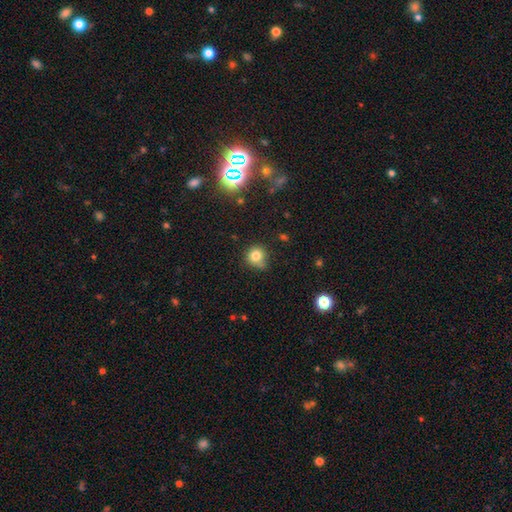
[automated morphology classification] A smooth galaxy with no disk features (79%) that is round (88%).

Vote fractions:
- Smooth or featured? smooth: 79% / star or artifact: 14% / featured or disk: 7%
- How rounded? round: 88% / in between: 11% / cigar-shaped: 1%
- Merging? none: 65% / minor disturbance: 24% / major disturbance: 6% / merger: 6%